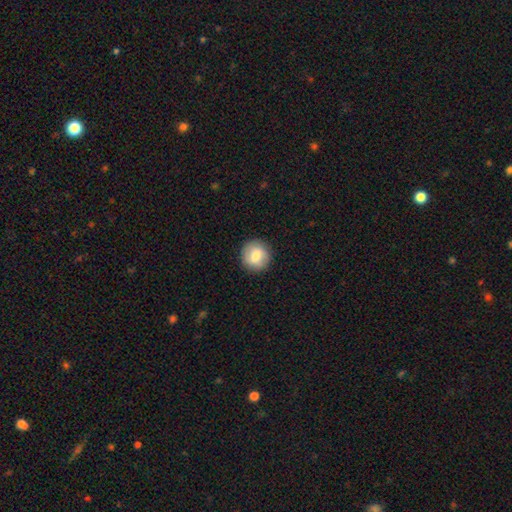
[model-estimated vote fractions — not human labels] Morphology: type=smooth (76%); roundness=round (92%); merging=none (90%).